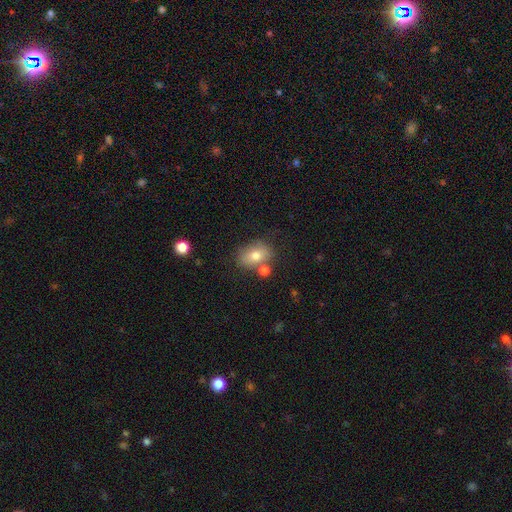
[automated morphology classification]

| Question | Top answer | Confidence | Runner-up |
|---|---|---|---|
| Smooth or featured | smooth | 74% | featured or disk (17%) |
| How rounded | in between | 70% | round (28%) |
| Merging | none | 64% | merger (16%) |